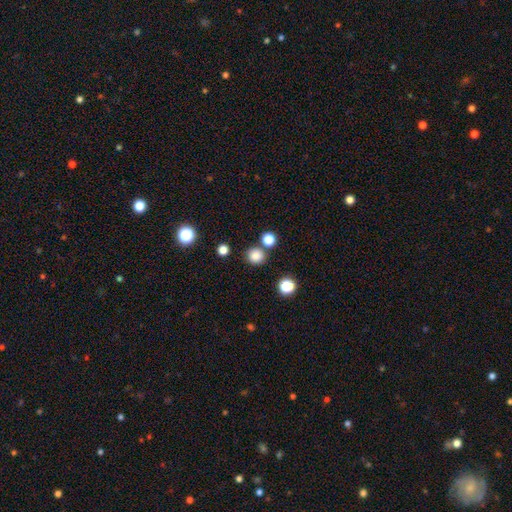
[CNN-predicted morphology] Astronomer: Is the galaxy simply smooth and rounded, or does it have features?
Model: smooth — 83%.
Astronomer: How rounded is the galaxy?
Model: round — 89%.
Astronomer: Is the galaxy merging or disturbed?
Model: none — 81%.